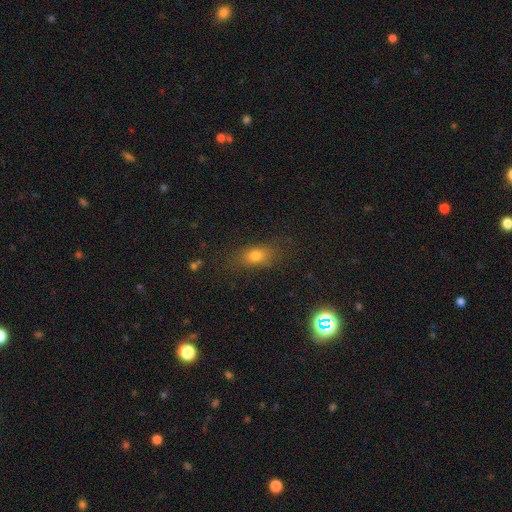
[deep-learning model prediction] Smooth or featured? Predicted: smooth (p=0.73). How rounded? Predicted: in between (p=0.71). Merging? Predicted: none (p=0.77).